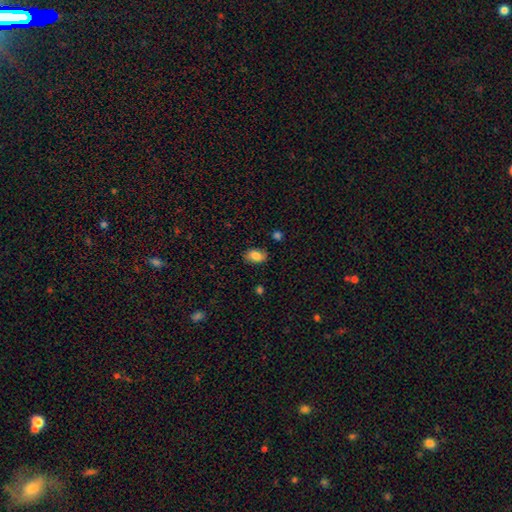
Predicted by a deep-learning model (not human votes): smooth 83%, featured or disk 9%, star or artifact 8%. Down the decision tree: how rounded — in between (88%); merging — none (78%).